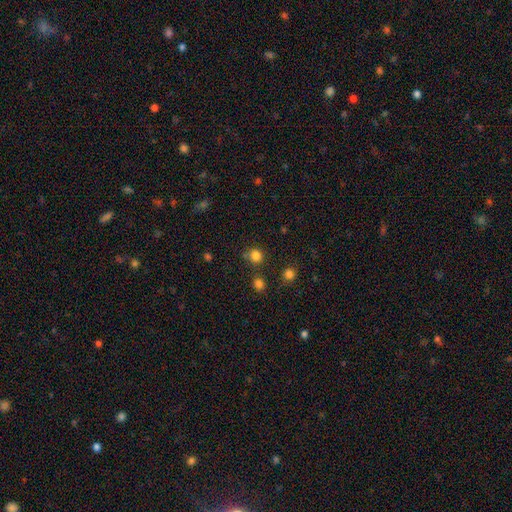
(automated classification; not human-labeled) Smooth or featured: smooth — 79% (star or artifact — 16%)
How rounded: round — 86% (in between — 13%)
Merging: none — 75% (merger — 11%)